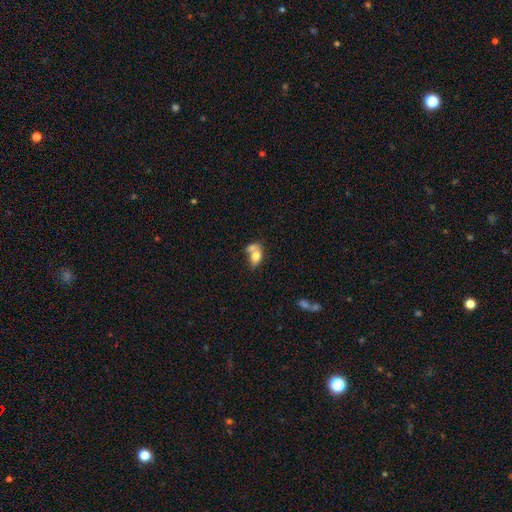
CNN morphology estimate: The model was most divided on "merging": merger: 55%, none: 25%, minor disturbance: 12%, major disturbance: 7%. More confident: how rounded — in between (79%); smooth or featured — smooth (70%).